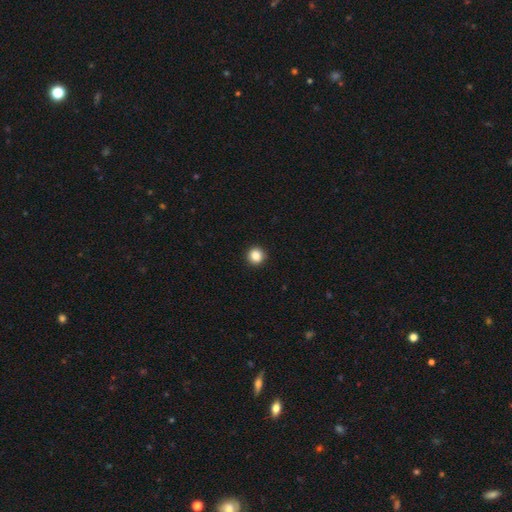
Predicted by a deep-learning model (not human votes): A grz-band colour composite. It shows a smooth galaxy with no disk features (85%) that is round (94%). Merging: none (93%).